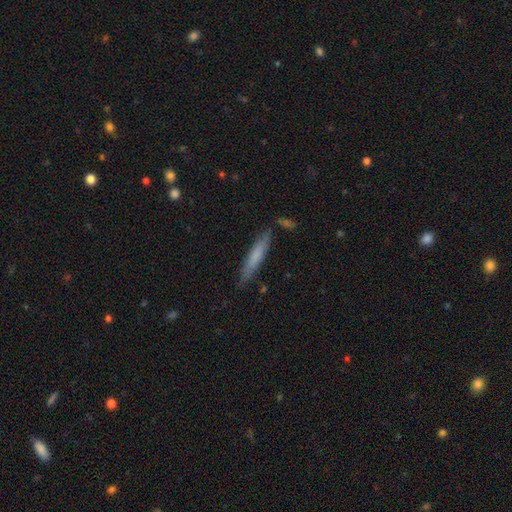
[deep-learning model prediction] smooth_or_featured: smooth (p=0.69) [alt: featured or disk p=0.25]
how_rounded: cigar-shaped (p=0.92) [alt: in between p=0.06]
merging: none (p=0.83) [alt: minor disturbance p=0.12]